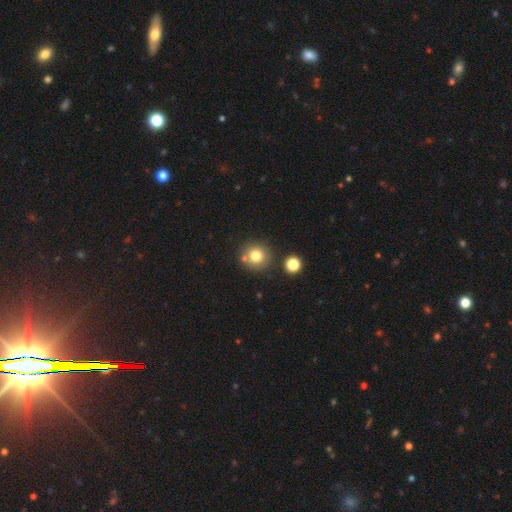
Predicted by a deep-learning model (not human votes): Smooth or featured? Predicted: smooth (p=0.76). How rounded? Predicted: round (p=0.93). Merging? Predicted: none (p=0.77).